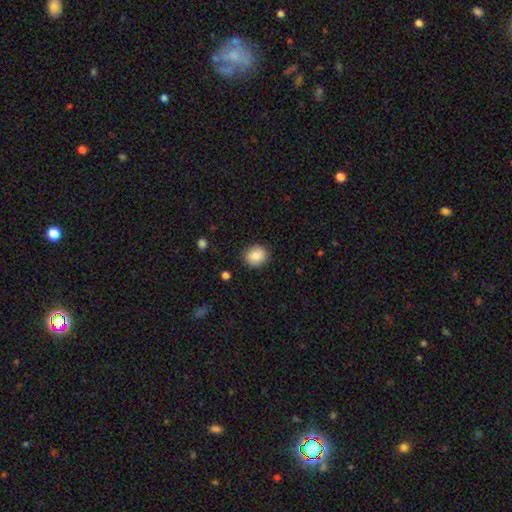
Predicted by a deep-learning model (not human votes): The model was most divided on "how rounded": round: 70%, in between: 29%, cigar-shaped: 1%. More confident: merging — none (89%); smooth or featured — smooth (85%).